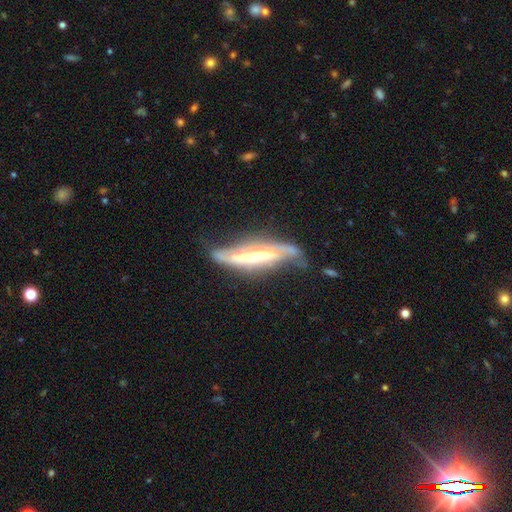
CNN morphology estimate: A featured or disk galaxy (75%). Merging: none (48%).